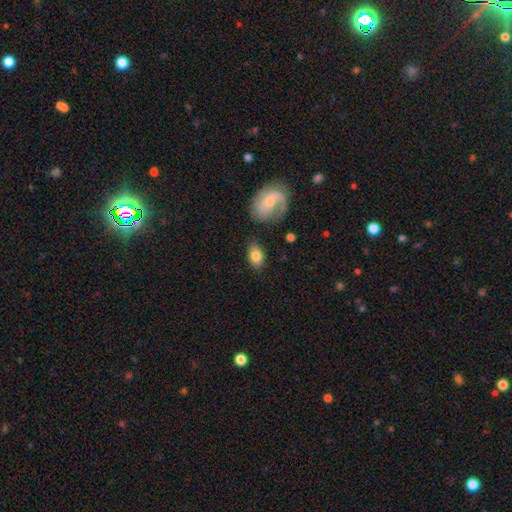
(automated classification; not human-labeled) The model was most divided on "smooth or featured": smooth: 76%, featured or disk: 17%, star or artifact: 7%. More confident: how rounded — in between (85%); merging — none (77%).